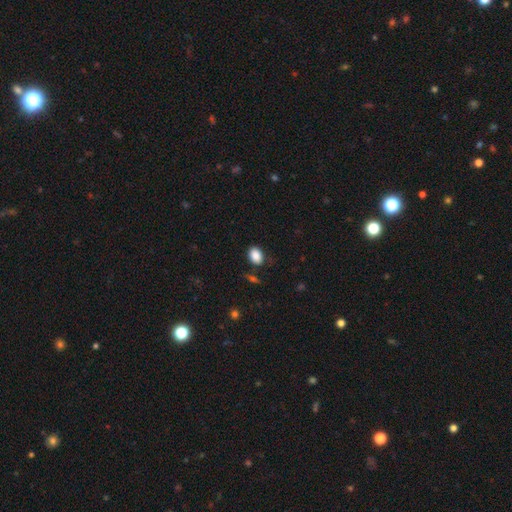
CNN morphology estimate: Q: Smooth or featured?
A: smooth (87%); runner-up: star or artifact (8%)
Q: How rounded?
A: in between (78%); runner-up: round (21%)
Q: Merging?
A: none (80%); runner-up: minor disturbance (14%)